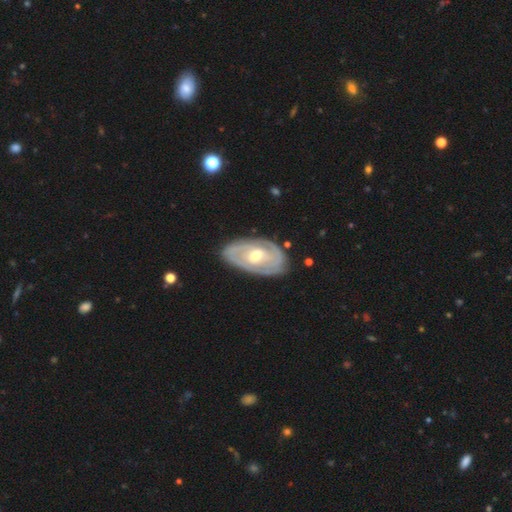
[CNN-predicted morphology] Overall: featured or disk (78%). Edge-on disk: no (93%). Bar: no (53%; weak 37%). Spiral arms: yes (76%). Spiral arm count: can't tell (45%; 2 34%). Spiral winding: tight (68%). Bulge size: moderate (72%). Merging: none (77%).